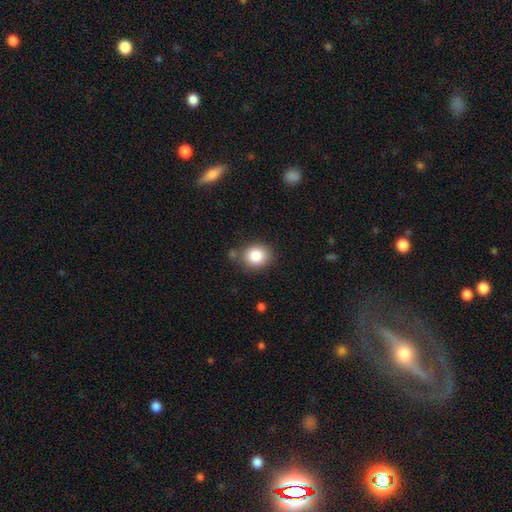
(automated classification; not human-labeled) A smooth galaxy with no disk features (85%) that is round (68%).

Vote fractions:
- Smooth or featured? smooth: 85% / star or artifact: 9% / featured or disk: 6%
- How rounded? round: 68% / in between: 31% / cigar-shaped: 1%
- Merging? none: 78% / minor disturbance: 14% / merger: 5% / major disturbance: 4%